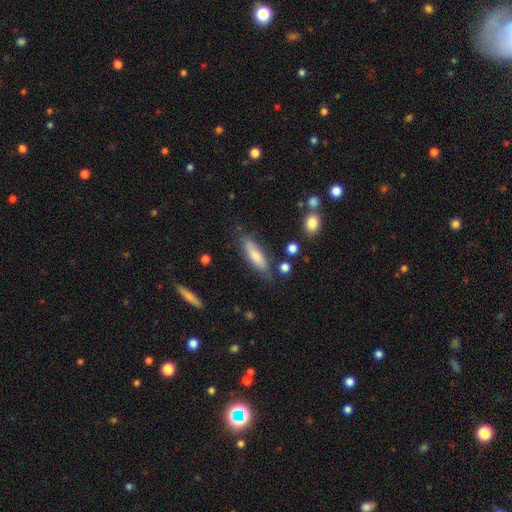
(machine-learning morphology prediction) smooth 73%, featured or disk 21%, star or artifact 6%. Down the decision tree: how rounded — cigar-shaped (62%); merging — none (75%).